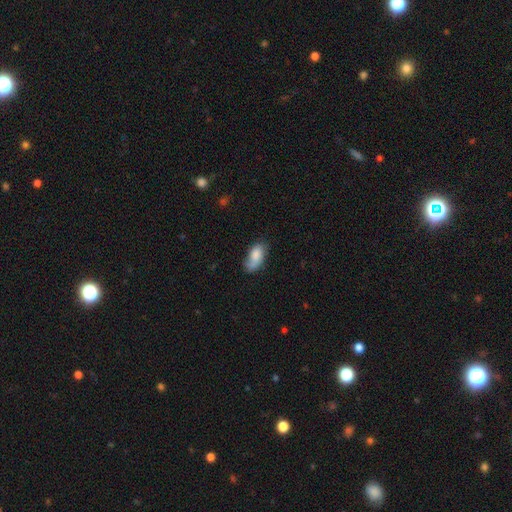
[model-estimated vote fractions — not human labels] A smooth galaxy with no disk features (74%) that is in between round and cigar-shaped (91%).

Vote fractions:
- Smooth or featured? smooth: 74% / featured or disk: 19% / star or artifact: 7%
- How rounded? in between: 91% / cigar-shaped: 6% / round: 3%
- Merging? none: 56% / minor disturbance: 30% / major disturbance: 12% / merger: 3%